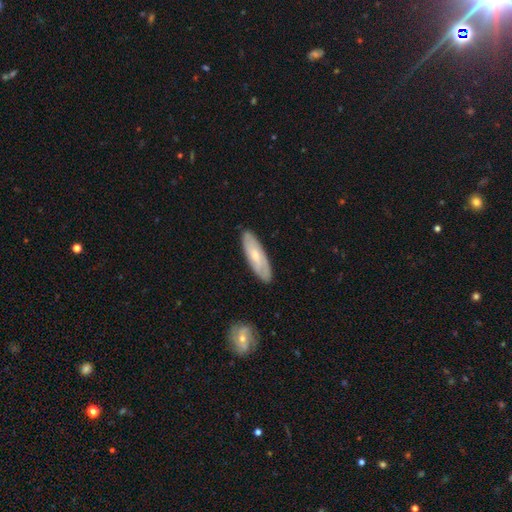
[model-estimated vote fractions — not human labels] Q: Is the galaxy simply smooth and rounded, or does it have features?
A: smooth — 53%.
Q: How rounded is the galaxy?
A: cigar-shaped — 50%.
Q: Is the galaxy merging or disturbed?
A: none — 85%.